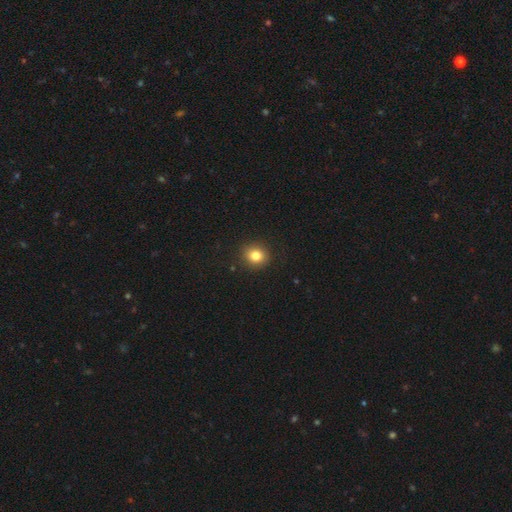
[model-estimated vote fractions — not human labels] Smooth or featured: smooth — 82% (star or artifact — 11%)
How rounded: round — 81% (in between — 18%)
Merging: none — 90% (minor disturbance — 7%)